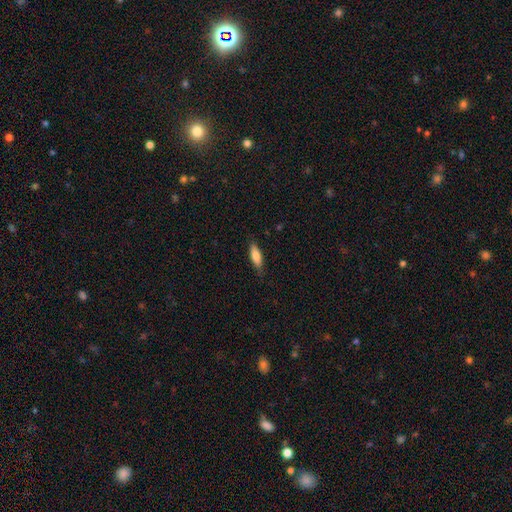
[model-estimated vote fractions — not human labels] Smooth or featured? Predicted: smooth (p=0.79). How rounded? Predicted: in between (p=0.54). Merging? Predicted: none (p=0.81).